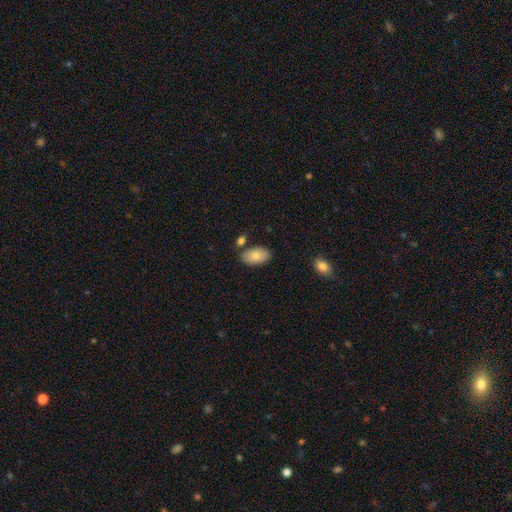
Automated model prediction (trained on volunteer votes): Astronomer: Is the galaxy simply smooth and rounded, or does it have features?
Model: smooth — 82%.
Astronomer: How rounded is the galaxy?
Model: in between — 94%.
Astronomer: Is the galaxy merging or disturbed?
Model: none — 76%.